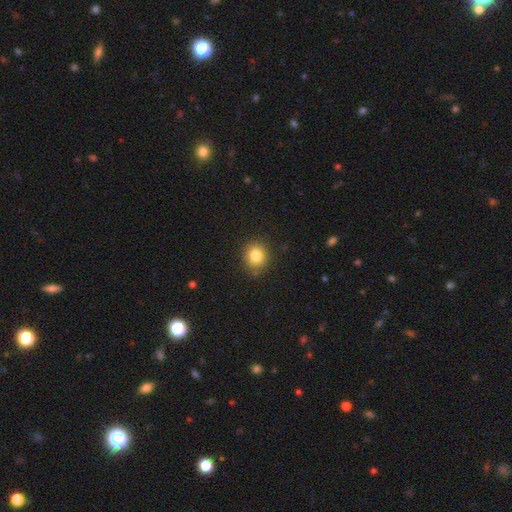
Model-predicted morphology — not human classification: This is clearly a smooth galaxy (83%). How rounded: clearly round (83%). Merging: clearly none (85%).